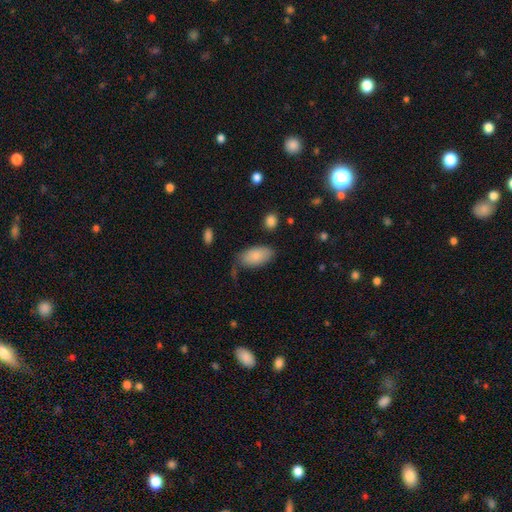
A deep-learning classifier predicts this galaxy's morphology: Smooth or featured? smooth (85%)
How rounded? in between (94%)
Merging? none (65%)